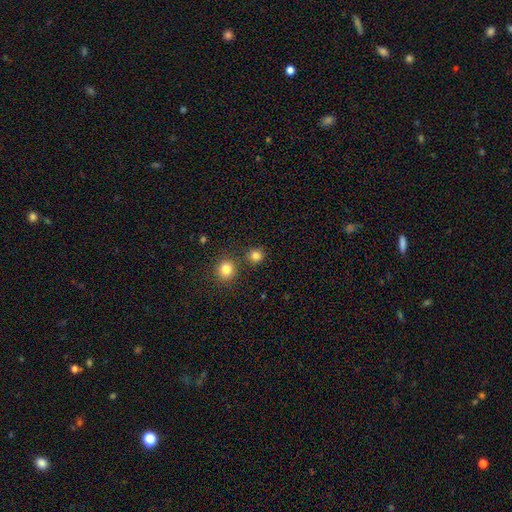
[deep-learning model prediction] Smooth or featured: smooth — 82% (star or artifact — 14%)
How rounded: round — 91% (in between — 9%)
Merging: none — 81% (merger — 9%)